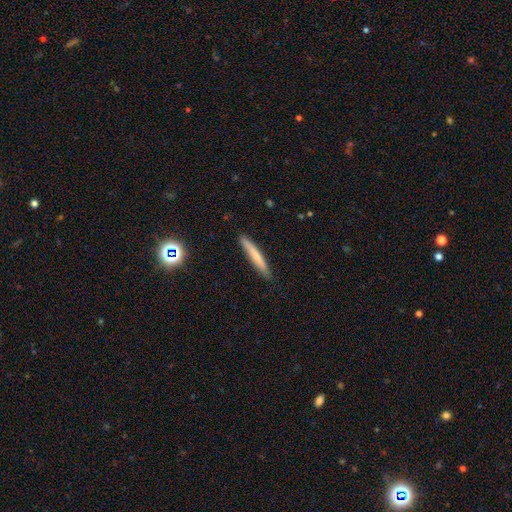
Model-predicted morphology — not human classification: smooth_or_featured: smooth (p=0.66) [alt: featured or disk p=0.26]
how_rounded: cigar-shaped (p=0.95) [alt: in between p=0.04]
merging: none (p=0.88) [alt: minor disturbance p=0.09]